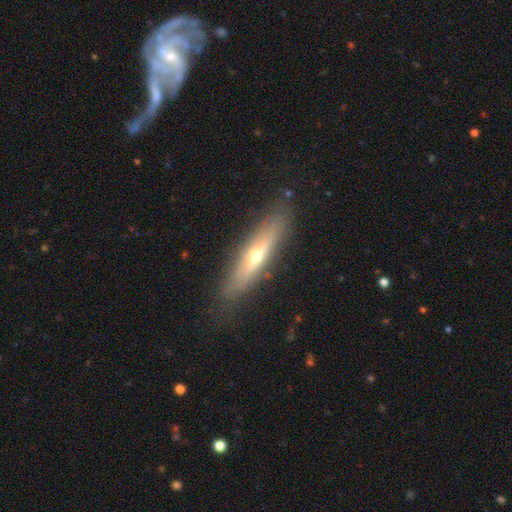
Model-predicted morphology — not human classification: smooth-or-featured: featured or disk: 55% | smooth: 38% | star or artifact: 7%
  disk-edge-on: yes: 81% | no: 19%
  merging: none: 84% | minor disturbance: 12% | major disturbance: 3% | merger: 1%